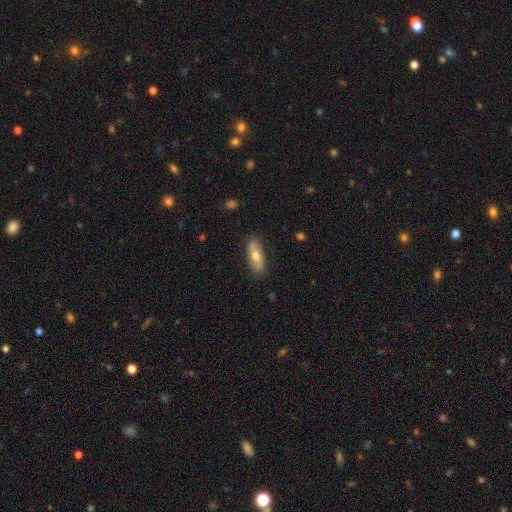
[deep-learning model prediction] smooth_or_featured: smooth (p=0.56) [alt: featured or disk p=0.37]
how_rounded: in between (p=0.69) [alt: cigar-shaped p=0.28]
merging: none (p=0.84) [alt: minor disturbance p=0.13]